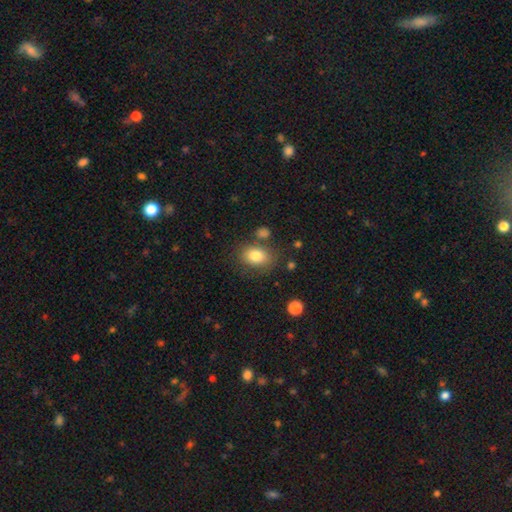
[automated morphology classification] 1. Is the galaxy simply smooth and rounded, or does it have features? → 81% smooth, 10% featured or disk, 9% star or artifact.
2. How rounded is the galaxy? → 71% in between, 28% round, 1% cigar-shaped.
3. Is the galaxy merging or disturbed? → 73% none, 14% minor disturbance, 7% merger, 5% major disturbance.